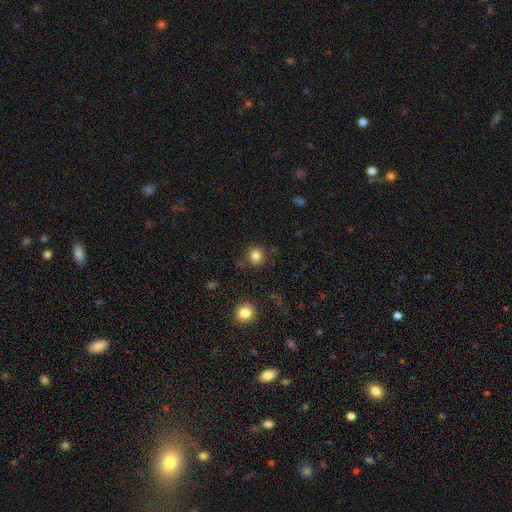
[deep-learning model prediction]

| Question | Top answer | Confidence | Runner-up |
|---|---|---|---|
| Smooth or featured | smooth | 83% | star or artifact (12%) |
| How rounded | round | 83% | in between (17%) |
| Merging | none | 78% | minor disturbance (13%) |